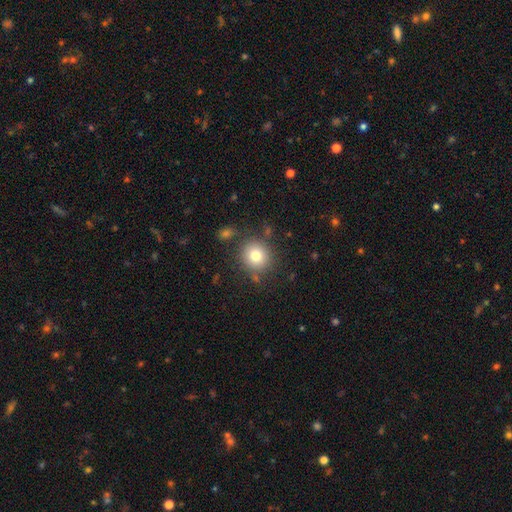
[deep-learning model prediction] This appears to be a smooth galaxy with no disk features (79%) that is round (86%). Merging: none (81%).